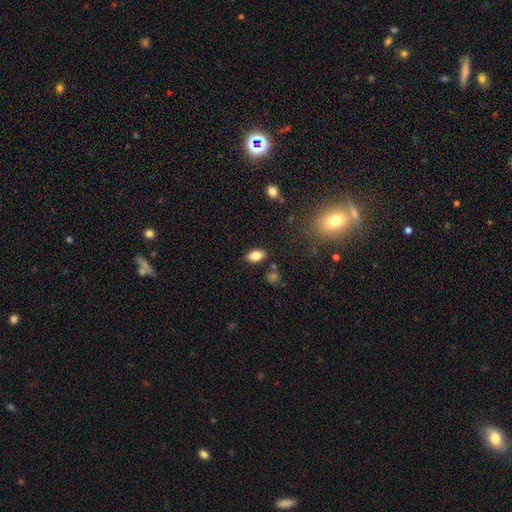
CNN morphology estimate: Smooth or featured? Predicted: smooth (p=0.82). How rounded? Predicted: in between (p=0.90). Merging? Predicted: none (p=0.85).